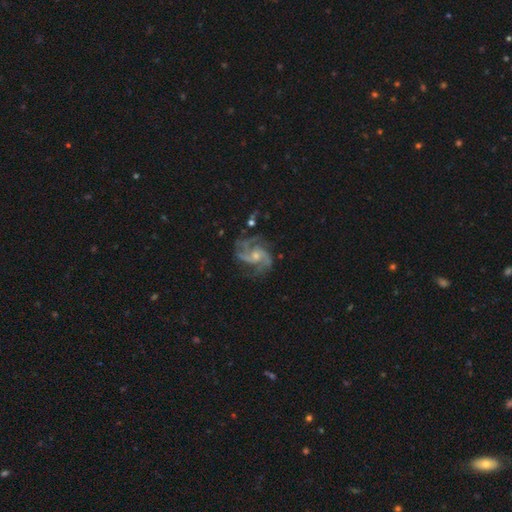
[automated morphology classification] This is clearly a featured or disk galaxy (88%). It is clearly not viewed edge-on (98%). Bar: possibly no (56%). Spiral arm pattern: clearly yes (97%). Spiral arm count: marginally 2 (41%). Spiral winding: possibly medium (55%). Central bulge: possibly small (58%). Merging: likely none (70%).